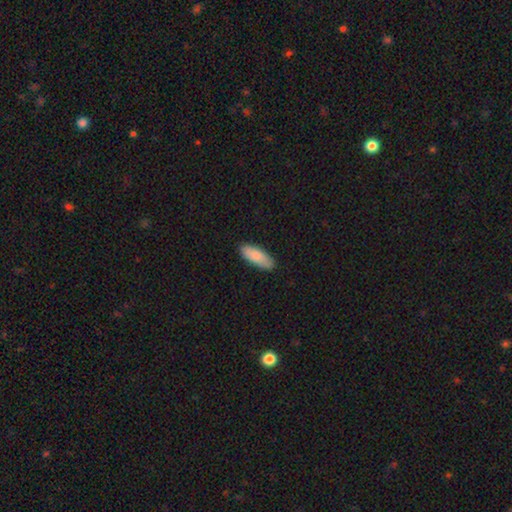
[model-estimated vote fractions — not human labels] The model was most divided on "how rounded": in between: 71%, cigar-shaped: 27%, round: 2%. More confident: smooth or featured — smooth (88%); merging — none (88%).